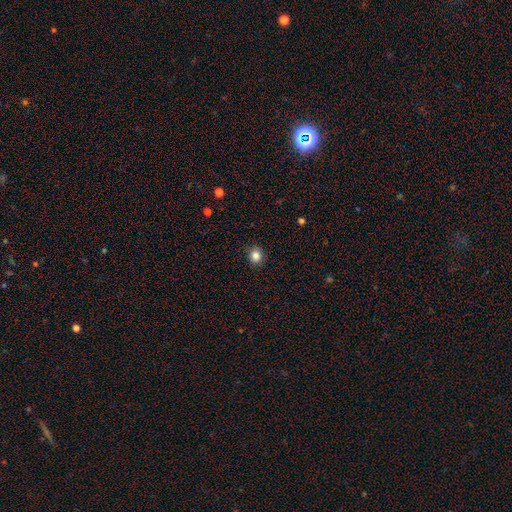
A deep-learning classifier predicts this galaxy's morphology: Smooth or featured: smooth — 85% (star or artifact — 11%)
How rounded: round — 79% (in between — 20%)
Merging: none — 91% (minor disturbance — 6%)